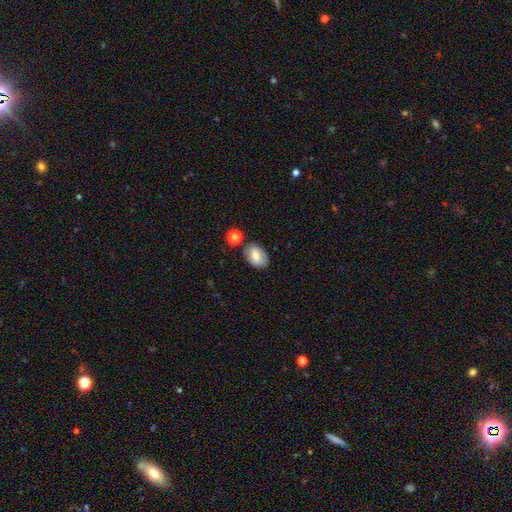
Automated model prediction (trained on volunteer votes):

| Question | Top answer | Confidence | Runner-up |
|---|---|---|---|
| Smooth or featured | smooth | 65% | featured or disk (26%) |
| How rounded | in between | 84% | round (14%) |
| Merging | none | 73% | minor disturbance (16%) |